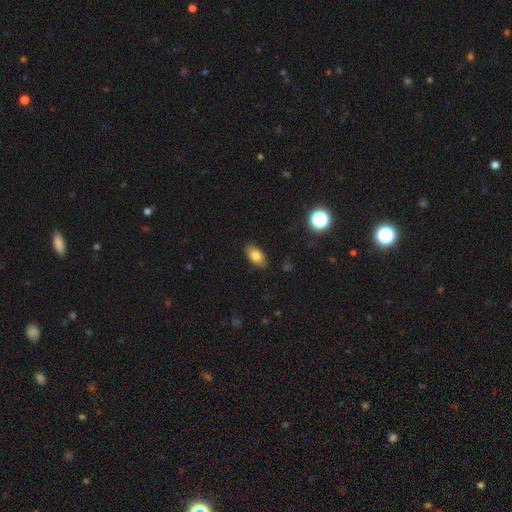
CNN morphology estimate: smooth 79%, featured or disk 13%, star or artifact 9%. Down the decision tree: how rounded — in between (90%); merging — none (87%).